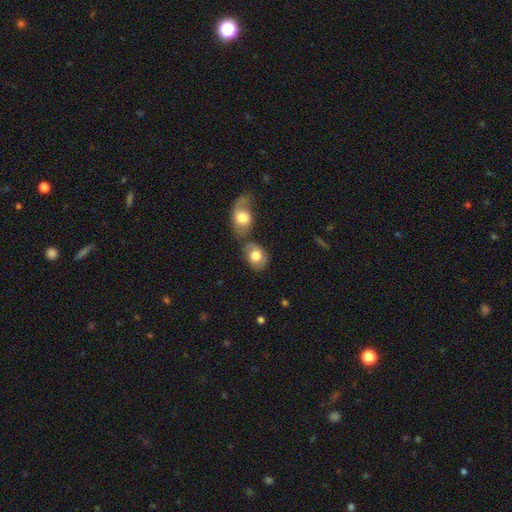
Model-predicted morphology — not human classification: A smooth galaxy with no disk features (76%) that is in between round and cigar-shaped (72%).

Vote fractions:
- Smooth or featured? smooth: 76% / featured or disk: 18% / star or artifact: 6%
- How rounded? in between: 72% / round: 27% / cigar-shaped: 1%
- Merging? none: 46% / merger: 32% / minor disturbance: 15% / major disturbance: 6%